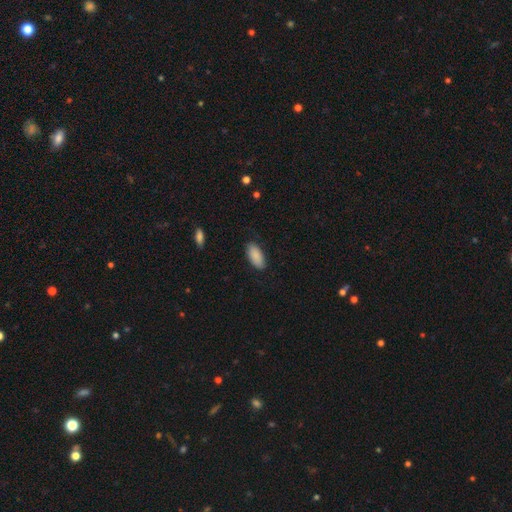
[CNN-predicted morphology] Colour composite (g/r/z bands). It shows a smooth galaxy with no disk features (89%) that is in between round and cigar-shaped (91%). Merging: none (85%).